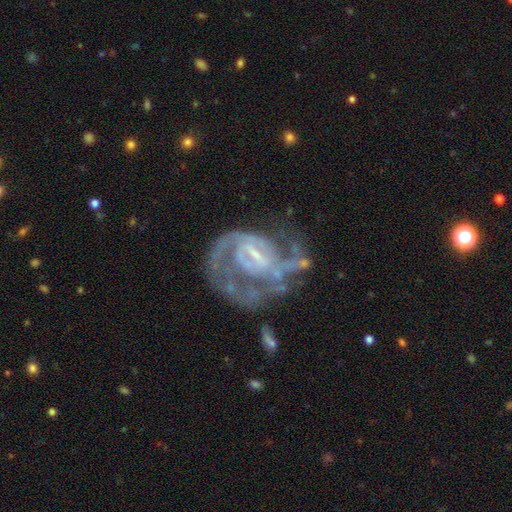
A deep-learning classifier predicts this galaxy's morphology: Smooth or featured?
  - featured or disk: 85% *
  - smooth: 8%
  - star or artifact: 7%
Edge-on disk?
  - no: 98% *
  - yes: 2%
Bar?
  - weak: 52% *
  - strong: 25%
  - no: 24%
Spiral arms?
  - yes: 86% *
  - no: 14%
Spiral winding?
  - tight: 44% *
  - medium: 41%
  - loose: 15%
Spiral arm count?
  - 2: 41% *
  - can't tell: 27%
  - 1: 13%
  - 3: 11%
  - 4: 4%
  - more than 4: 3%
Bulge size?
  - small: 48% *
  - none: 26%
  - moderate: 22%
  - large: 3%
  - dominant: 1%
Merging?
  - none: 38% *
  - major disturbance: 36%
  - minor disturbance: 19%
  - merger: 6%